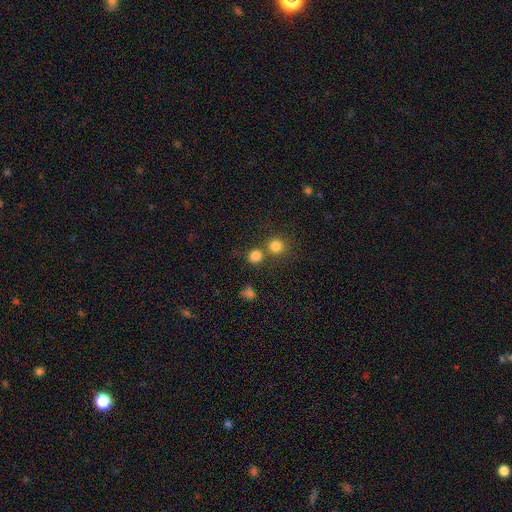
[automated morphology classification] smooth 80%, star or artifact 15%, featured or disk 5%. Down the decision tree: how rounded — round (87%); merging — none (63%).